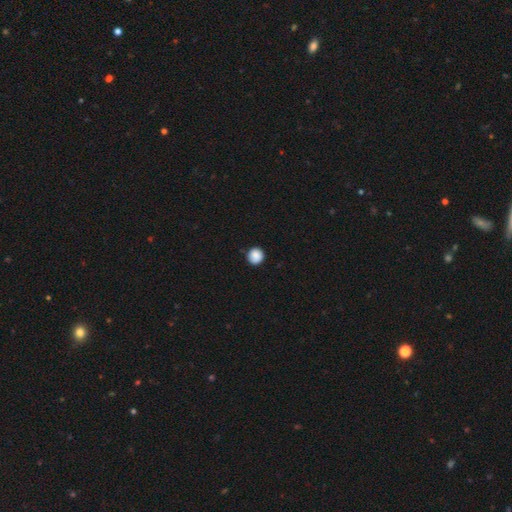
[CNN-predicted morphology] A smooth galaxy with no disk features (87%) that is round (90%).

Vote fractions:
- Smooth or featured? smooth: 87% / star or artifact: 9% / featured or disk: 5%
- How rounded? round: 90% / in between: 9% / cigar-shaped: 1%
- Merging? none: 86% / minor disturbance: 11% / major disturbance: 2% / merger: 1%